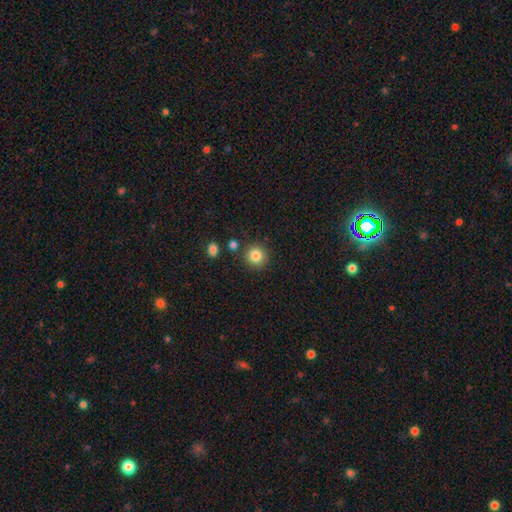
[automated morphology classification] Q: Smooth or featured?
A: smooth (84%); runner-up: star or artifact (10%)
Q: How rounded?
A: round (92%); runner-up: in between (7%)
Q: Merging?
A: none (86%); runner-up: minor disturbance (7%)